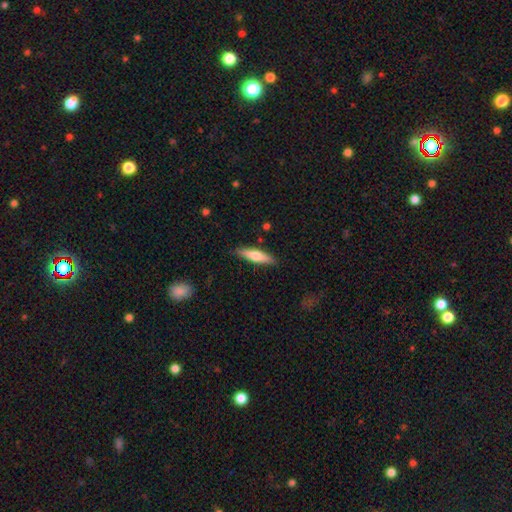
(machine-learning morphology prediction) smooth-or-featured: smooth: 63% | featured or disk: 31% | star or artifact: 6%
  how-rounded: cigar-shaped: 74% | in between: 24% | round: 2%
  merging: none: 87% | minor disturbance: 9% | major disturbance: 2% | merger: 2%